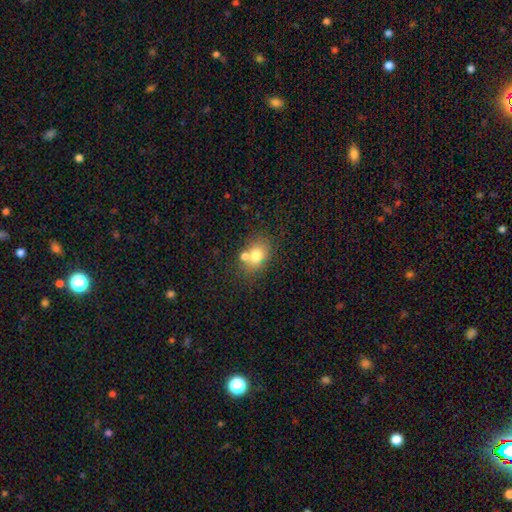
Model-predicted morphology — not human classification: This is likely a smooth galaxy (73%). How rounded: possibly in between (55%). Merging: possibly none (55%).